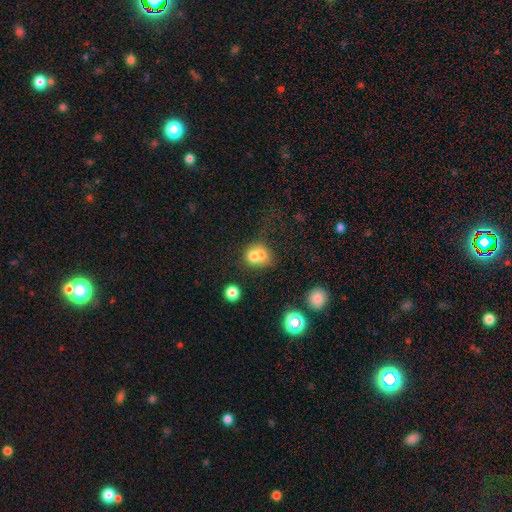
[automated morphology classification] Smooth or featured?
  - smooth: 68% *
  - featured or disk: 21%
  - star or artifact: 11%
How rounded?
  - round: 72% *
  - in between: 27%
  - cigar-shaped: 1%
Merging?
  - merger: 60% *
  - none: 28%
  - minor disturbance: 8%
  - major disturbance: 4%